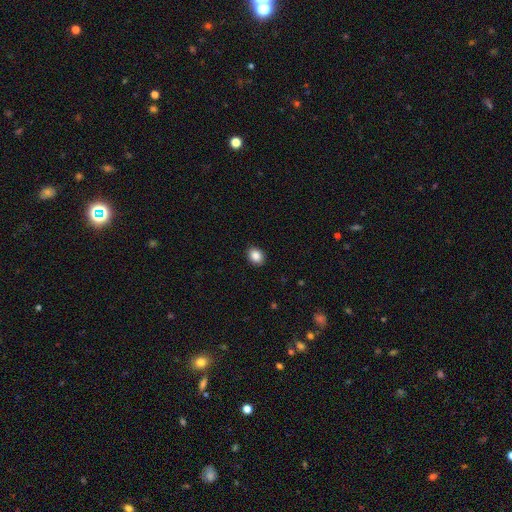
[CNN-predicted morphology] smooth 88%, star or artifact 9%, featured or disk 4%. Down the decision tree: how rounded — in between (55%); merging — none (90%).